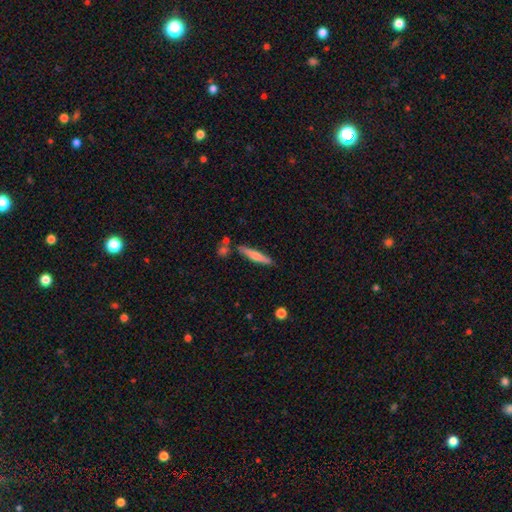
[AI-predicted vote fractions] Overall: smooth (64%; featured or disk 30%). How rounded: cigar-shaped (90%). Merging: none (81%).